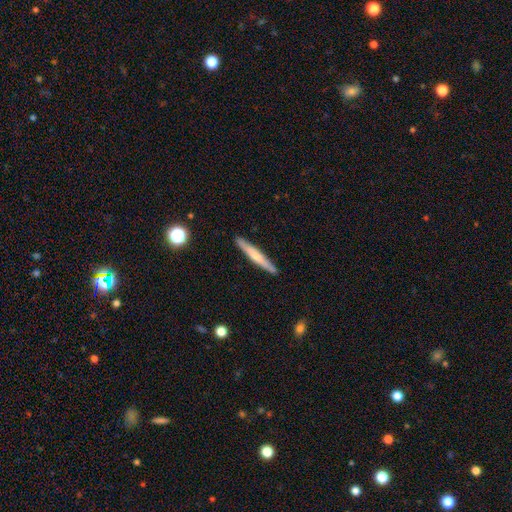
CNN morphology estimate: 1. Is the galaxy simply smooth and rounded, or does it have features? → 54% smooth, 41% featured or disk, 6% star or artifact.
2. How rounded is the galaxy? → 95% cigar-shaped, 3% in between, 1% round.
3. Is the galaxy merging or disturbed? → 90% none, 7% minor disturbance, 1% major disturbance, 1% merger.